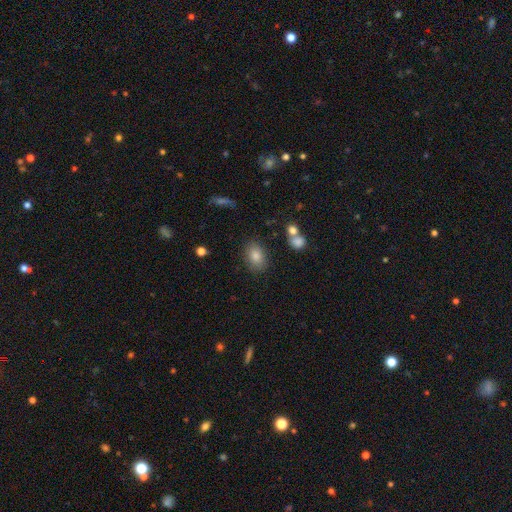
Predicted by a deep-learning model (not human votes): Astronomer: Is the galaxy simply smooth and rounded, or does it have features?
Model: smooth — 80%.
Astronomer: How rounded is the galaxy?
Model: in between — 80%.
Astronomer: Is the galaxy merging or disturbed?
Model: none — 83%.